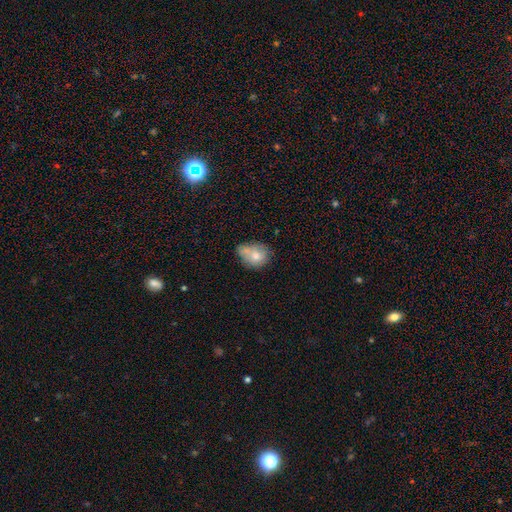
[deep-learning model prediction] Q: Smooth or featured?
A: smooth (70%); runner-up: featured or disk (21%)
Q: How rounded?
A: round (50%); runner-up: in between (49%)
Q: Merging?
A: none (42%); runner-up: minor disturbance (34%)